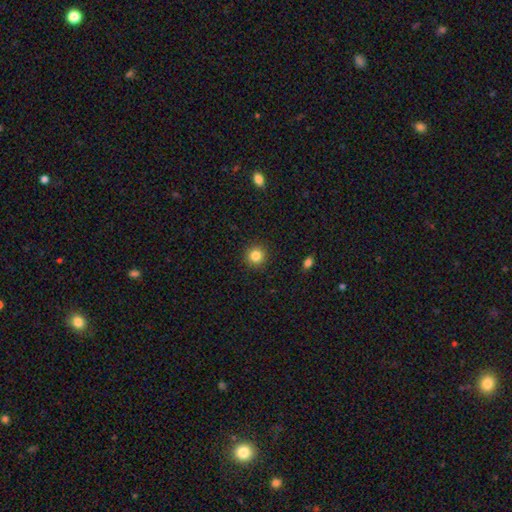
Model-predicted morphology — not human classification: Smooth or featured? smooth (84%)
How rounded? round (94%)
Merging? none (92%)